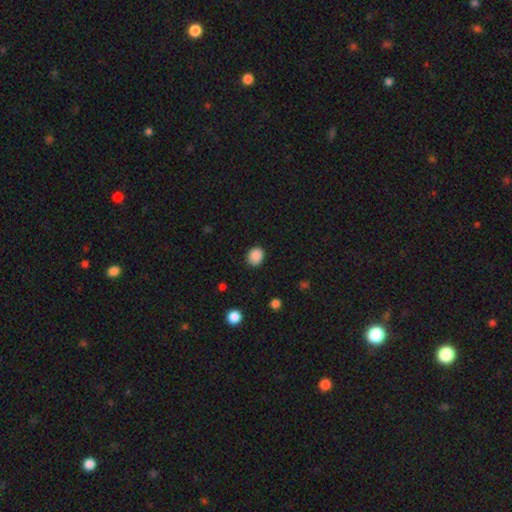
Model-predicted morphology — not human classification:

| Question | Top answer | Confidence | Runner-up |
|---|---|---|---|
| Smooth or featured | smooth | 88% | star or artifact (9%) |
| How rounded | round | 64% | in between (36%) |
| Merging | none | 86% | minor disturbance (10%) |